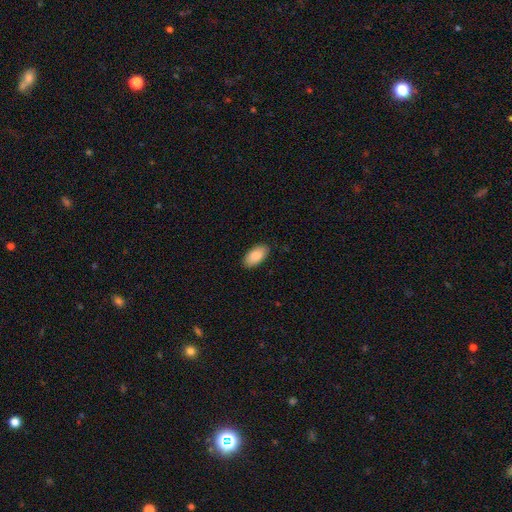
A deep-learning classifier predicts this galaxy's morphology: Q: Smooth or featured?
A: smooth (89%); runner-up: star or artifact (6%)
Q: How rounded?
A: in between (94%); runner-up: cigar-shaped (3%)
Q: Merging?
A: none (87%); runner-up: minor disturbance (10%)